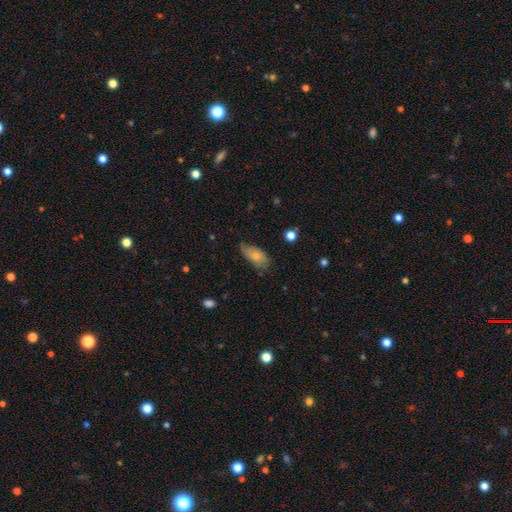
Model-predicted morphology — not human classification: Smooth or featured? Predicted: smooth (p=0.71). How rounded? Predicted: in between (p=0.91). Merging? Predicted: none (p=0.55).